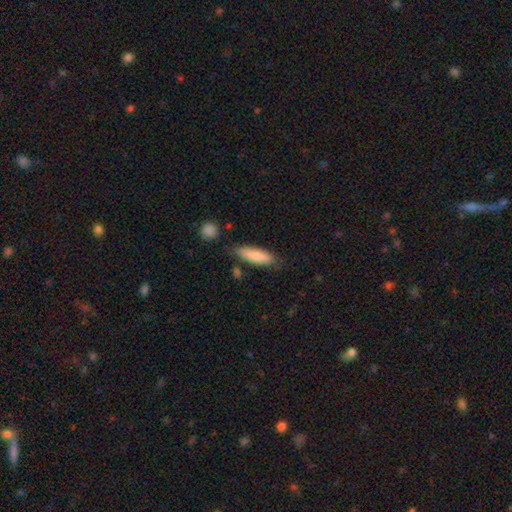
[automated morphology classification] This is clearly a smooth galaxy (84%). How rounded: possibly cigar-shaped (54%). Merging: likely none (75%).